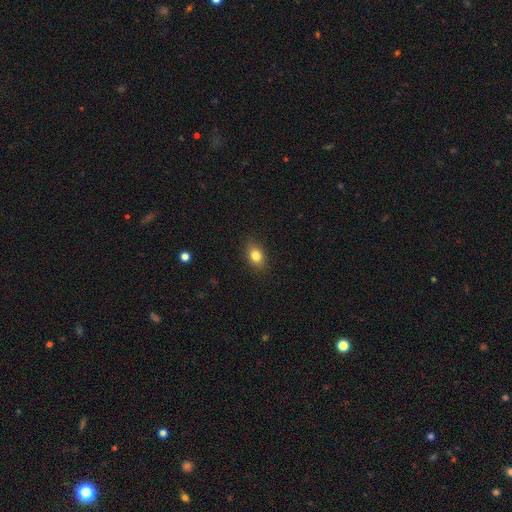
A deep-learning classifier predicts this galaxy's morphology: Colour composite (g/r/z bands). It shows a smooth galaxy with no disk features (81%) that is in between round and cigar-shaped (70%). Merging: none (86%).